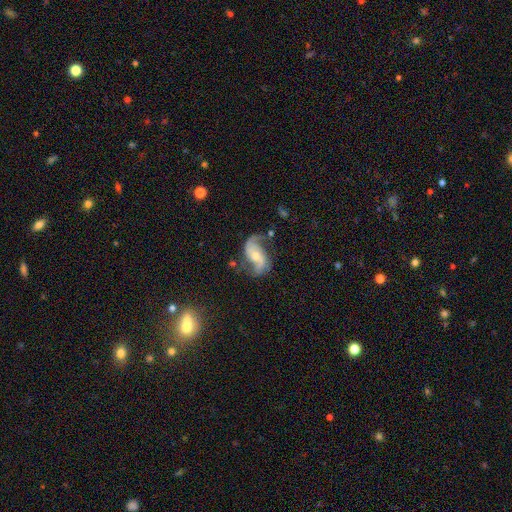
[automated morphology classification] Smooth or featured?
  - featured or disk: 86% *
  - smooth: 7%
  - star or artifact: 6%
Edge-on disk?
  - no: 97% *
  - yes: 3%
Bar?
  - no: 55% *
  - weak: 31%
  - strong: 14%
Spiral arms?
  - yes: 96% *
  - no: 4%
Spiral winding?
  - loose: 57% *
  - medium: 33%
  - tight: 10%
Spiral arm count?
  - 2: 91% *
  - can't tell: 3%
  - 1: 2%
  - 3: 2%
  - 4: 1%
  - more than 4: 1%
Bulge size?
  - moderate: 54% *
  - small: 41%
  - large: 2%
  - none: 2%
  - dominant: 1%
Merging?
  - none: 66% *
  - minor disturbance: 20%
  - major disturbance: 10%
  - merger: 3%